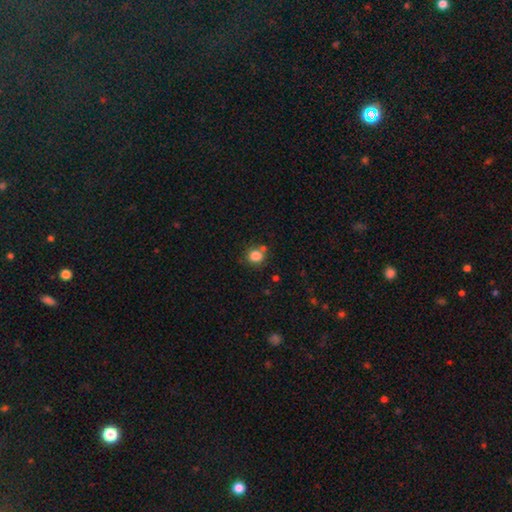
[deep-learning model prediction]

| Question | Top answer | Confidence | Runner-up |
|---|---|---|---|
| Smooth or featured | smooth | 83% | star or artifact (11%) |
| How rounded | round | 81% | in between (18%) |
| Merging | none | 70% | merger (13%) |